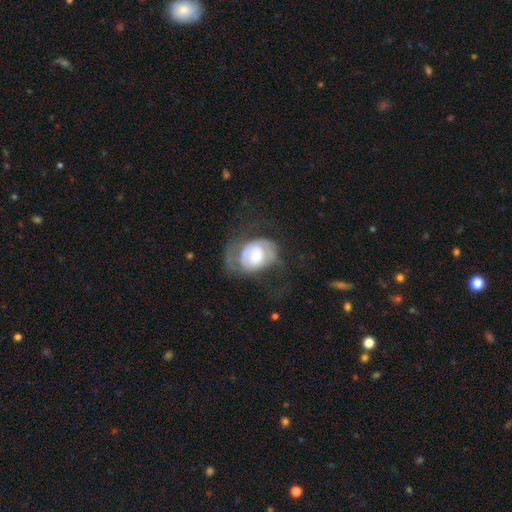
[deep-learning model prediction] Smooth or featured? featured or disk (61%)
Edge-on disk? no (96%)
Bar? no (74%)
Spiral arms? yes (67%)
Bulge size? moderate (50%)
Merging? major disturbance (39%)